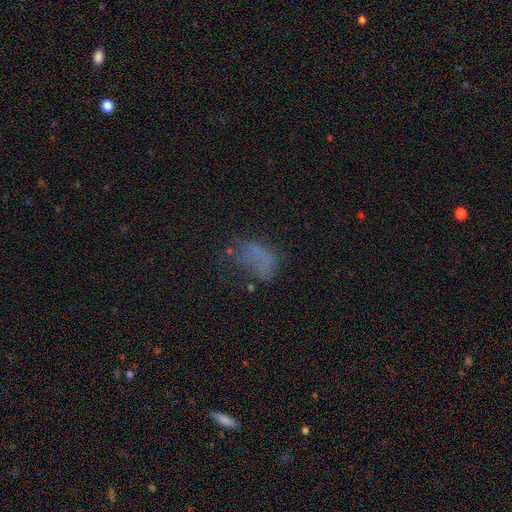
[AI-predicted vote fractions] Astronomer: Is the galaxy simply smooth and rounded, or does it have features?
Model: smooth — 50% (runner-up: featured or disk, 26%).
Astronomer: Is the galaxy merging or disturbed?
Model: major disturbance — 37% (runner-up: none, 36%).